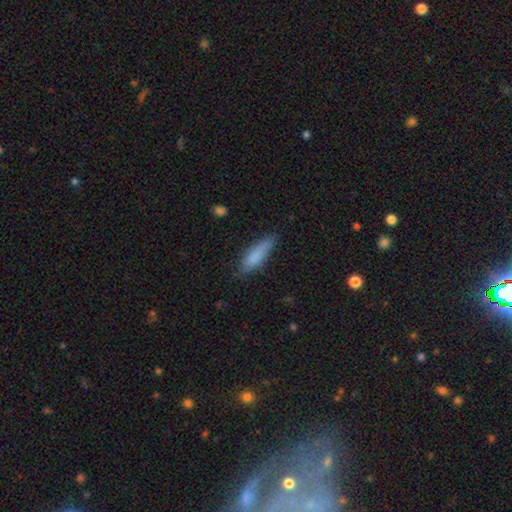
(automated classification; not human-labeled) Smooth or featured? Predicted: smooth (p=0.78). How rounded? Predicted: cigar-shaped (p=0.61). Merging? Predicted: none (p=0.70).